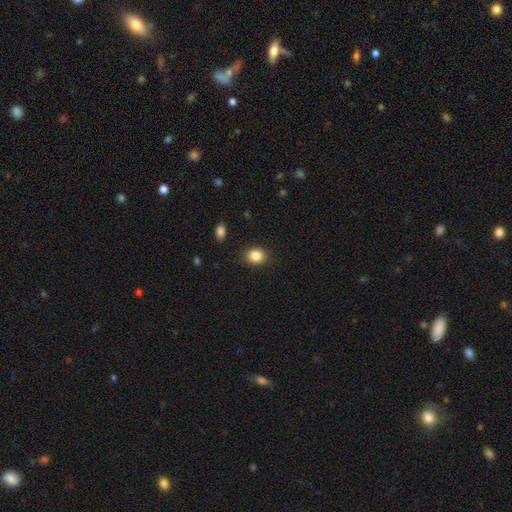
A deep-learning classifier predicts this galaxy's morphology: This appears to be a smooth galaxy with no disk features (86%) that is round (53%). Merging: none (88%).